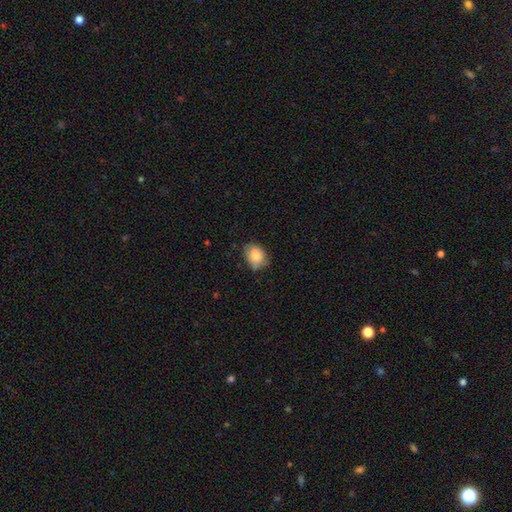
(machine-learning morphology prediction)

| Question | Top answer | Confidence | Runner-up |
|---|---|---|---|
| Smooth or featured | smooth | 84% | featured or disk (9%) |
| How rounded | in between | 62% | round (37%) |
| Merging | none | 64% | minor disturbance (29%) |